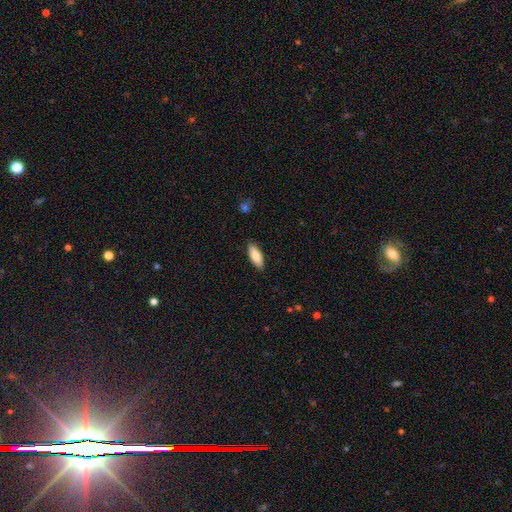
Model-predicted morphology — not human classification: Q: Smooth or featured?
A: smooth (82%); runner-up: featured or disk (12%)
Q: How rounded?
A: in between (68%); runner-up: cigar-shaped (31%)
Q: Merging?
A: none (87%); runner-up: minor disturbance (10%)